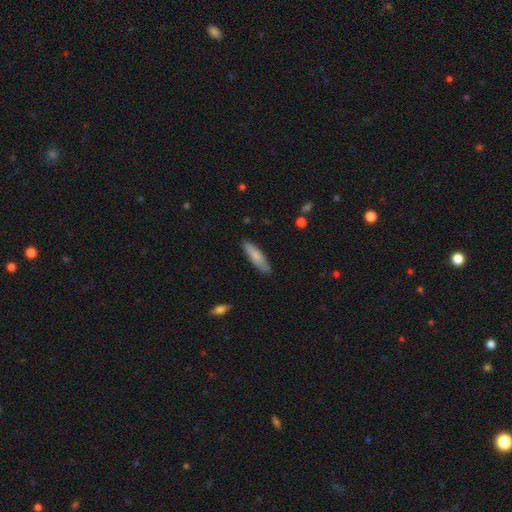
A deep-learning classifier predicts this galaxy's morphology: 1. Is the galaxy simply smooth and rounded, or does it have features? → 78% smooth, 16% featured or disk, 5% star or artifact.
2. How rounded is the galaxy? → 68% cigar-shaped, 31% in between, 1% round.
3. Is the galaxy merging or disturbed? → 86% none, 11% minor disturbance, 2% major disturbance, 1% merger.